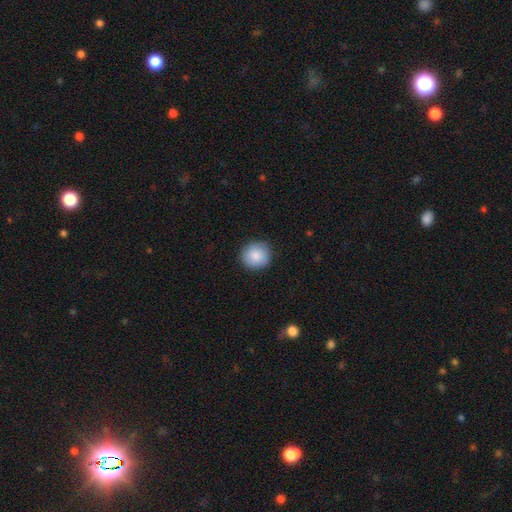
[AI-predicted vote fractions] Smooth or featured?
  - smooth: 87% *
  - star or artifact: 7%
  - featured or disk: 6%
How rounded?
  - round: 91% *
  - in between: 8%
  - cigar-shaped: 1%
Merging?
  - none: 90% *
  - minor disturbance: 7%
  - major disturbance: 2%
  - merger: 1%